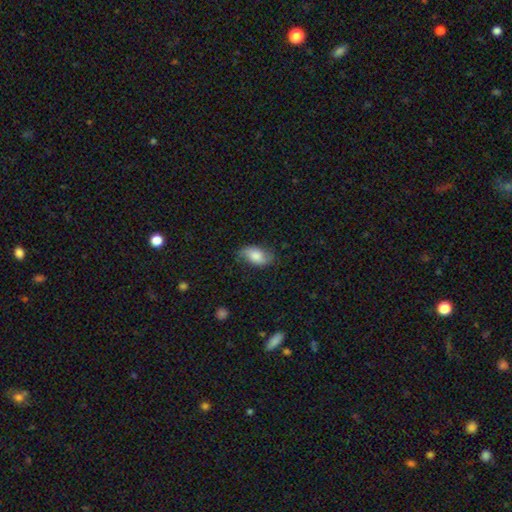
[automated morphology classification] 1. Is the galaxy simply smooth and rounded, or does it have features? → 67% smooth, 26% featured or disk, 7% star or artifact.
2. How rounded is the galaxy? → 92% in between, 5% round, 3% cigar-shaped.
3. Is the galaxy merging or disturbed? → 71% none, 22% minor disturbance, 6% major disturbance, 1% merger.